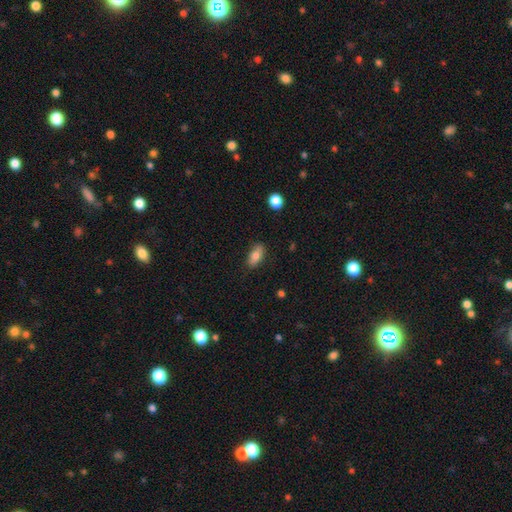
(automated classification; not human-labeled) Smooth or featured? smooth (77%)
How rounded? in between (86%)
Merging? none (82%)